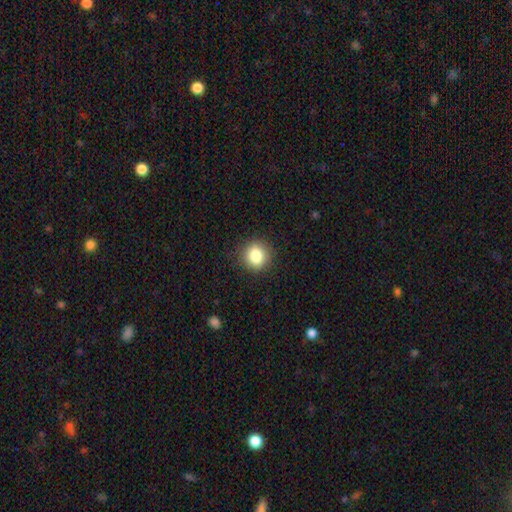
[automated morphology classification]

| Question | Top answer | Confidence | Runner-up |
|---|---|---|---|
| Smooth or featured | smooth | 83% | star or artifact (10%) |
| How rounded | round | 84% | in between (15%) |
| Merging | none | 89% | minor disturbance (7%) |